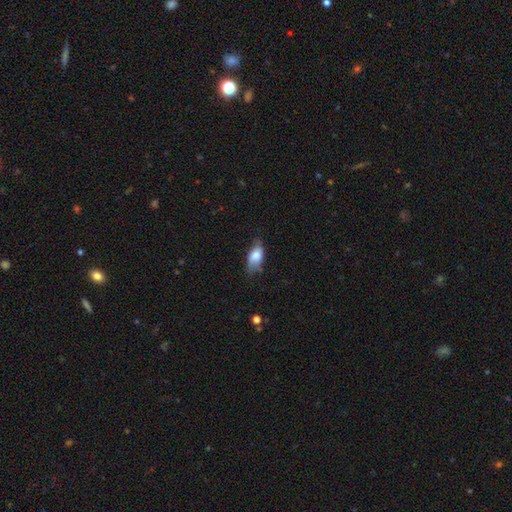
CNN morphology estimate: Smooth or featured? Predicted: smooth (p=0.75). How rounded? Predicted: in between (p=0.88). Merging? Predicted: none (p=0.51).